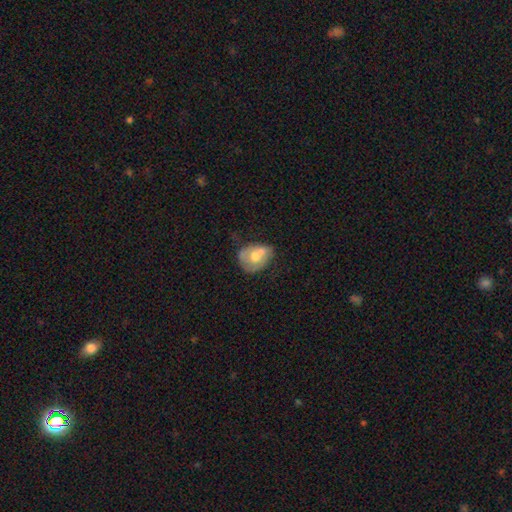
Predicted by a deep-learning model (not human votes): Smooth or featured? Predicted: smooth (p=0.55). How rounded? Predicted: in between (p=0.54). Merging? Predicted: none (p=0.35).